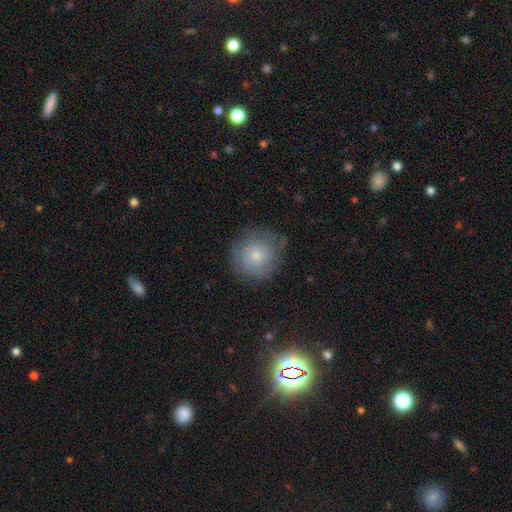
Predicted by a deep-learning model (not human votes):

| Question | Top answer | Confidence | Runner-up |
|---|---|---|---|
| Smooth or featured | smooth | 69% | featured or disk (23%) |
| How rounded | round | 93% | in between (6%) |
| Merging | none | 74% | minor disturbance (18%) |